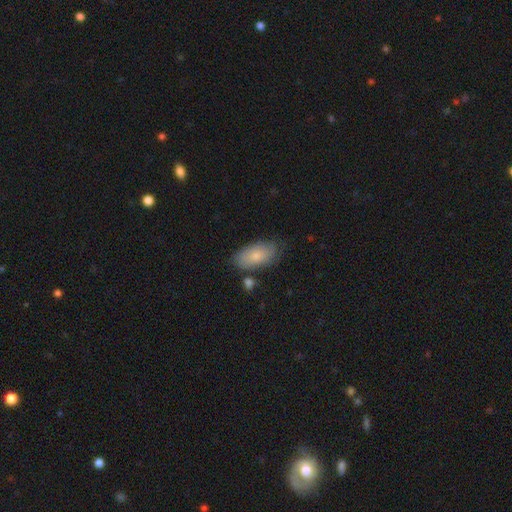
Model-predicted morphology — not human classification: Smooth or featured: smooth — 75% (featured or disk — 19%)
How rounded: in between — 93% (cigar-shaped — 4%)
Merging: none — 70% (minor disturbance — 20%)